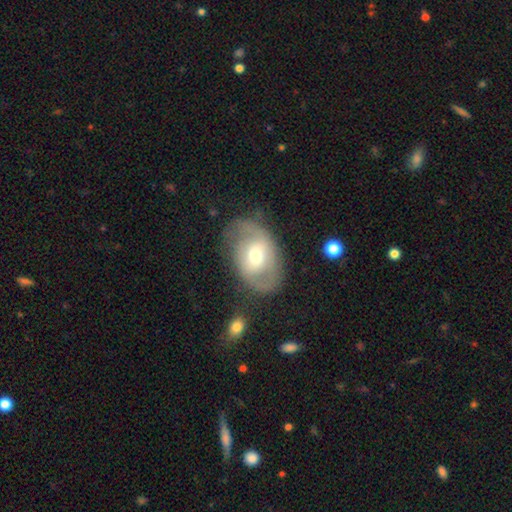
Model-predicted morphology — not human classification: smooth_or_featured: featured or disk (p=0.58) [alt: smooth p=0.36]
disk_edge_on: no (p=0.94) [alt: yes p=0.06]
bar: no (p=0.44) [alt: weak p=0.40]
has_spiral_arms: yes (p=0.65) [alt: no p=0.35]
bulge_size: moderate (p=0.63) [alt: small p=0.24]
merging: none (p=0.66) [alt: minor disturbance p=0.21]